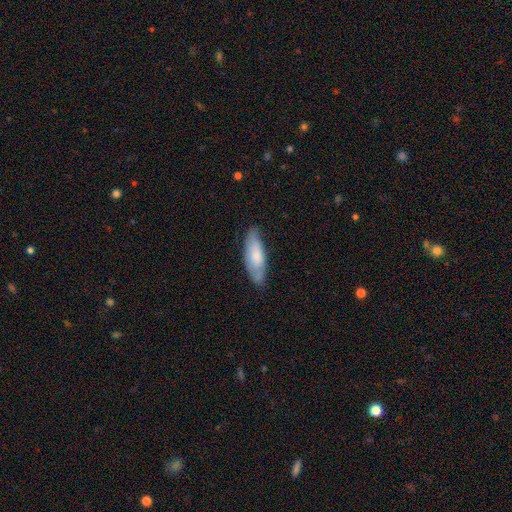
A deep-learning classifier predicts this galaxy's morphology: smooth-or-featured: smooth: 66% | featured or disk: 28% | star or artifact: 6%
  how-rounded: in between: 61% | cigar-shaped: 37% | round: 2%
  merging: none: 73% | minor disturbance: 22% | major disturbance: 4% | merger: 2%